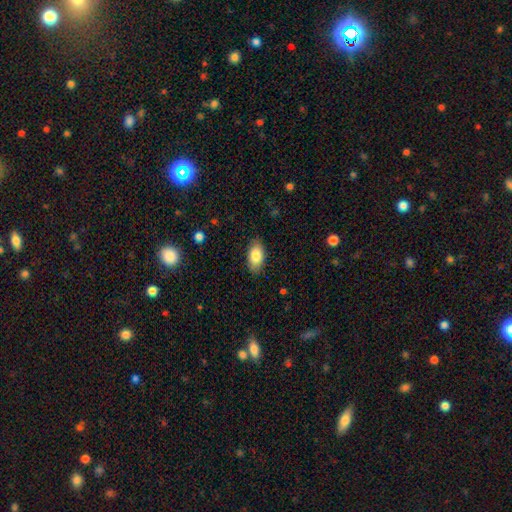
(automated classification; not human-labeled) smooth-or-featured: smooth: 84% | featured or disk: 9% | star or artifact: 7%
  how-rounded: in between: 93% | round: 4% | cigar-shaped: 2%
  merging: none: 85% | minor disturbance: 11% | major disturbance: 3% | merger: 1%